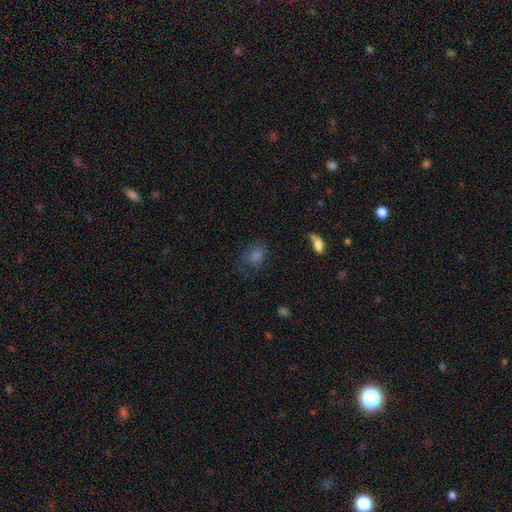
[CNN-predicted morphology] type=smooth (57%); roundness=in between (63%); merging=none (59%).